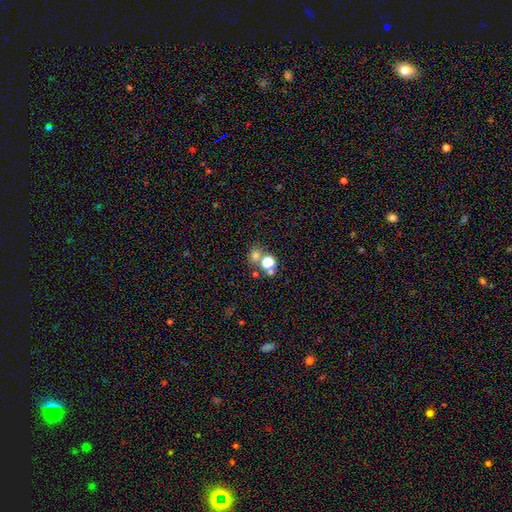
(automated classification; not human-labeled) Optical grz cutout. It shows a smooth galaxy with no disk features (68%) that is round (80%). Merging: none (60%).